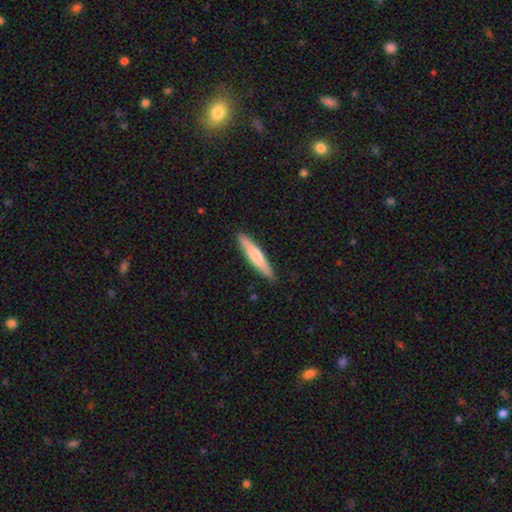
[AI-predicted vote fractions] smooth_or_featured: smooth (p=0.67) [alt: featured or disk p=0.28]
how_rounded: cigar-shaped (p=0.90) [alt: in between p=0.09]
merging: none (p=0.88) [alt: minor disturbance p=0.09]